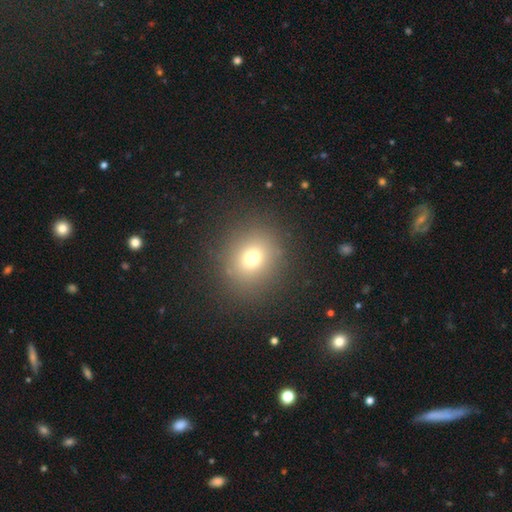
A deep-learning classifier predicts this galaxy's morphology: smooth_or_featured: smooth (p=0.70) [alt: star or artifact p=0.19]
how_rounded: round (p=0.81) [alt: in between p=0.18]
merging: none (p=0.86) [alt: minor disturbance p=0.07]